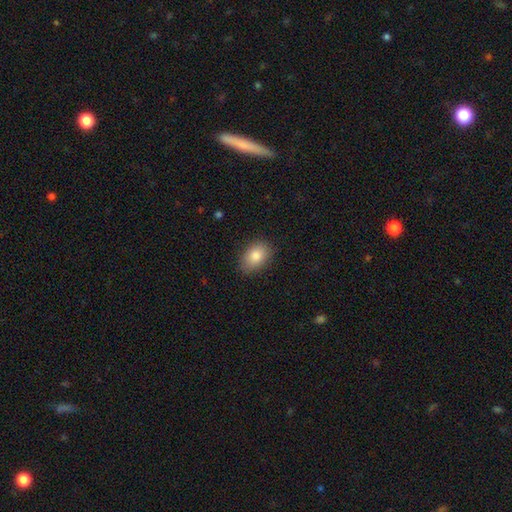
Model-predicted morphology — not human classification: smooth-or-featured: smooth: 84% | featured or disk: 8% | star or artifact: 8%
  how-rounded: in between: 84% | round: 15% | cigar-shaped: 1%
  merging: none: 85% | minor disturbance: 11% | major disturbance: 3% | merger: 1%